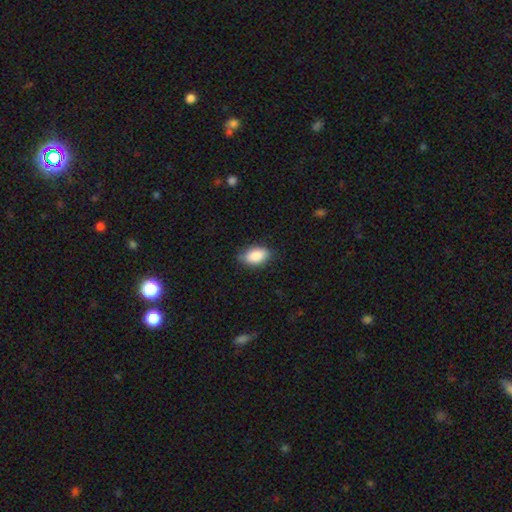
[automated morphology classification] Smooth or featured? smooth (88%)
How rounded? in between (92%)
Merging? none (79%)